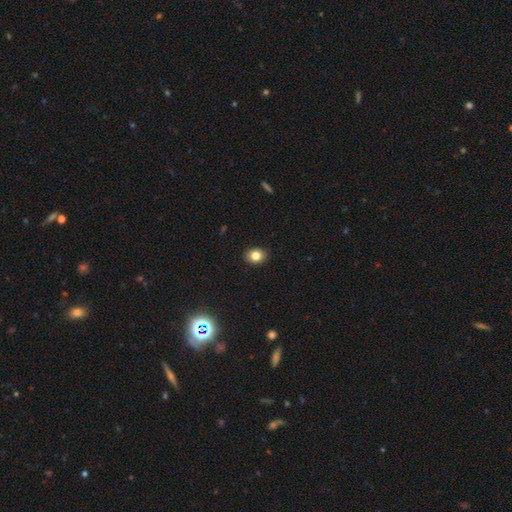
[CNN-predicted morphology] Overall: smooth (82%). How rounded: round (50%; in between 49%). Merging: none (89%).